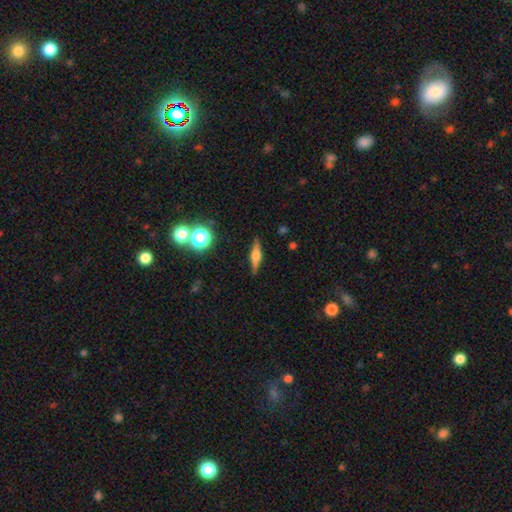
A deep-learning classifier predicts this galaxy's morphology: Q: Smooth or featured?
A: featured or disk (64%); runner-up: smooth (27%)
Q: Edge-on disk?
A: yes (96%); runner-up: no (4%)
Q: Edge-on bulge?
A: rounded (87%); runner-up: boxy (11%)
Q: Merging?
A: none (88%); runner-up: minor disturbance (8%)